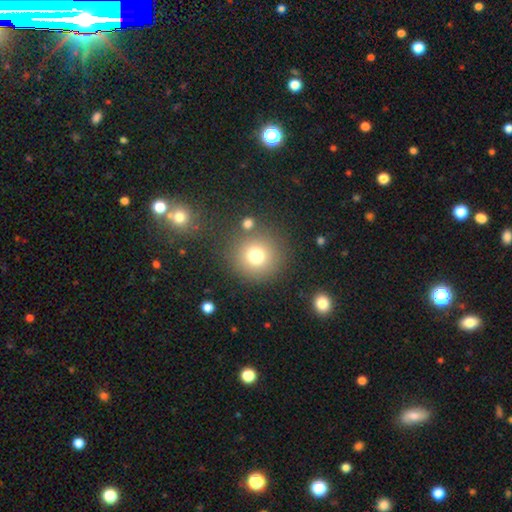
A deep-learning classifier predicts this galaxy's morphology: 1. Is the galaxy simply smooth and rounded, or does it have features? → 75% smooth, 15% star or artifact, 10% featured or disk.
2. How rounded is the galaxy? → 94% round, 6% in between, 1% cigar-shaped.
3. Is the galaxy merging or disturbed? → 82% none, 8% minor disturbance, 5% merger, 4% major disturbance.